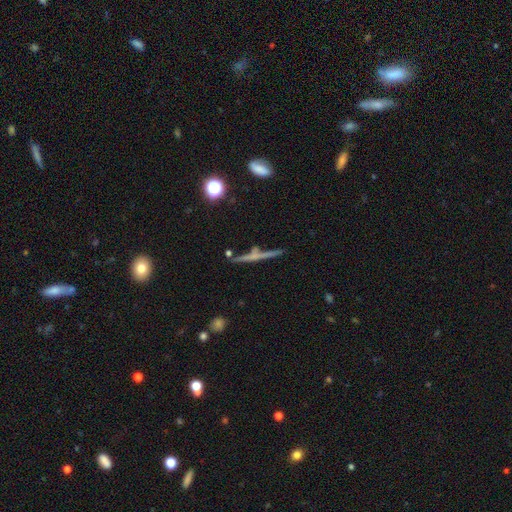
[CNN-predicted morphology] featured or disk 62%, smooth 26%, star or artifact 12%. Down the decision tree: edge-on disk — yes (95%); edge-on bulge — none (55%); merging — none (78%).